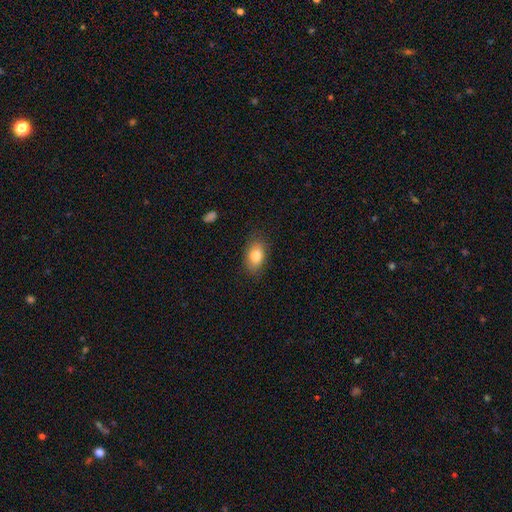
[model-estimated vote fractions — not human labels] Q: Smooth or featured?
A: smooth (80%); runner-up: featured or disk (12%)
Q: How rounded?
A: in between (88%); runner-up: round (10%)
Q: Merging?
A: none (83%); runner-up: minor disturbance (12%)